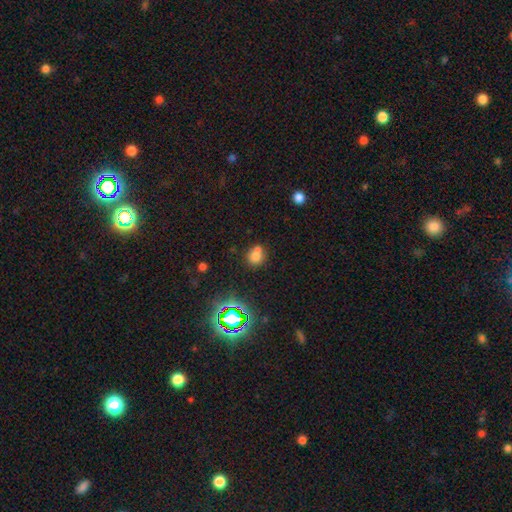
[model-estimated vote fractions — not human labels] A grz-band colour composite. It shows a smooth galaxy with no disk features (71%) that is round (72%). Merging: none (46%).